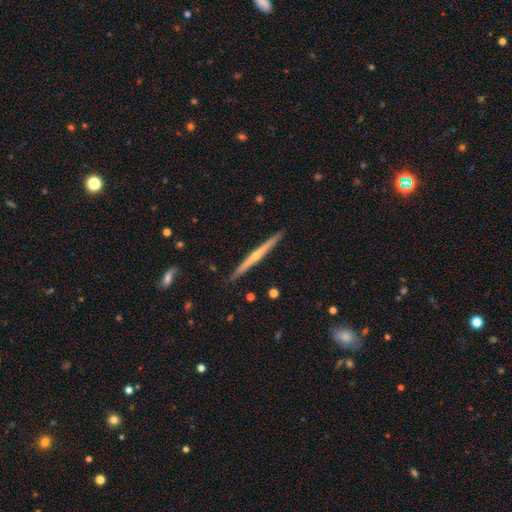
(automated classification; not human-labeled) smooth-or-featured: featured or disk: 76% | smooth: 19% | star or artifact: 5%
  disk-edge-on: yes: 98% | no: 2%
    edge-on-bulge: rounded: 79% | none: 18% | boxy: 3%
  merging: none: 92% | minor disturbance: 6% | major disturbance: 1% | merger: 1%